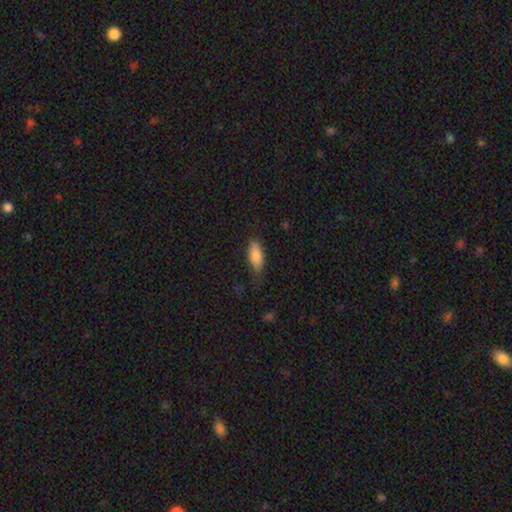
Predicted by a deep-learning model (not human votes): The model was most divided on "merging": none: 70%, minor disturbance: 22%, major disturbance: 6%, merger: 1%. More confident: smooth or featured — smooth (84%); how rounded — in between (79%).